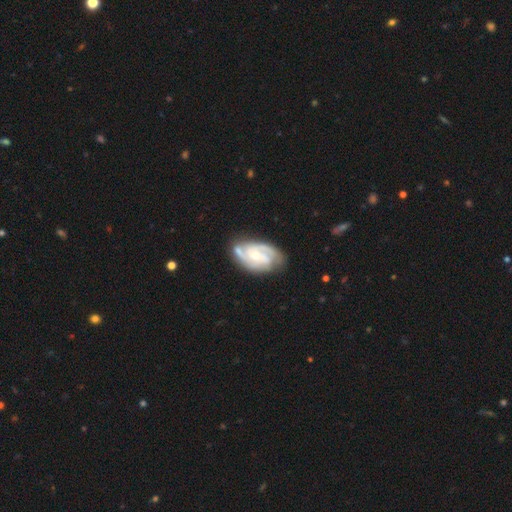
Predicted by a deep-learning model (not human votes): Overall: featured or disk (88%). Edge-on disk: no (97%). Bar: no (56%; weak 35%). Spiral arms: yes (97%). Spiral arm count: 3 (42%; 2 37%). Spiral winding: tight (50%; medium 42%). Bulge size: small (54%; moderate 43%). Merging: none (71%).